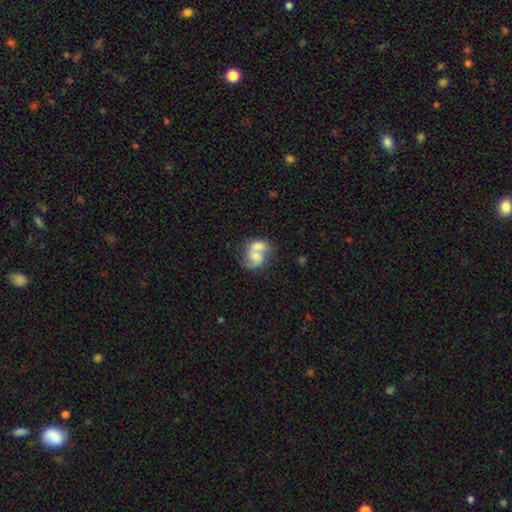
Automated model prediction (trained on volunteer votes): The model was most divided on "bulge size": moderate: 41%, small: 33%, none: 14%, large: 10%, dominant: 2%. More confident: edge-on disk — no (98%); spiral arms — yes (79%); bar — no (62%); smooth or featured — featured or disk (60%); merging — merger (58%).